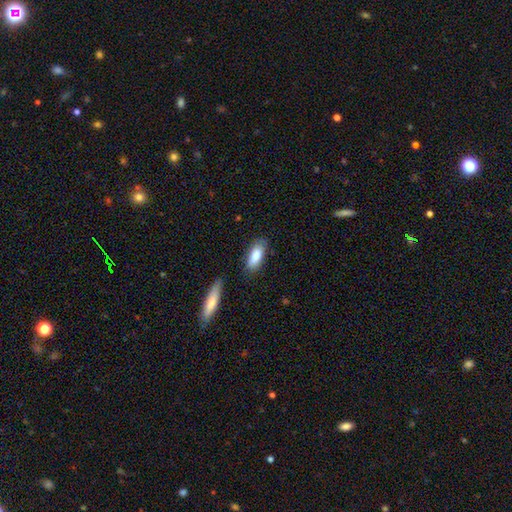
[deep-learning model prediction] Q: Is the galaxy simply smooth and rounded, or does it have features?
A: smooth — 79%.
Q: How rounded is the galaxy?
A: in between — 79%.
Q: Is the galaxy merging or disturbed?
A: none — 77%.